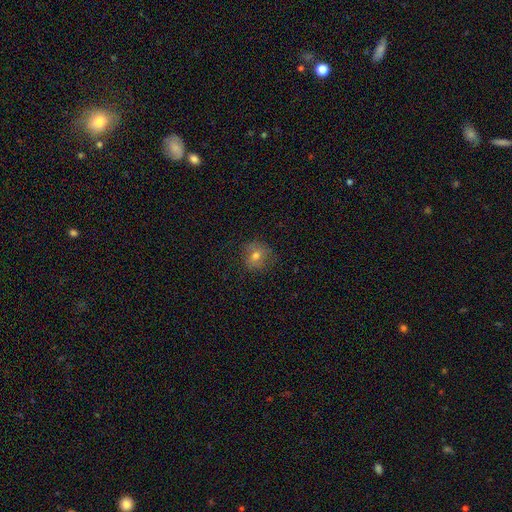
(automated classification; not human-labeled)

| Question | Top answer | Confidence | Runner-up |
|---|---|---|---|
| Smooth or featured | smooth | 66% | featured or disk (22%) |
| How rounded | round | 82% | in between (17%) |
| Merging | none | 78% | minor disturbance (15%) |